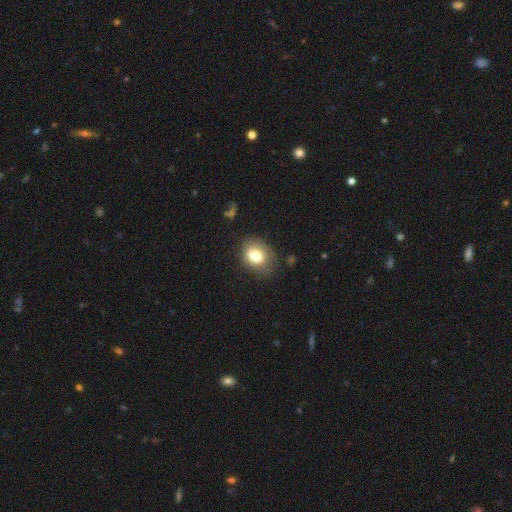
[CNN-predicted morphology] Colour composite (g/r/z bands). It shows a smooth galaxy with no disk features (78%) that is in between round and cigar-shaped (58%). Merging: none (69%).